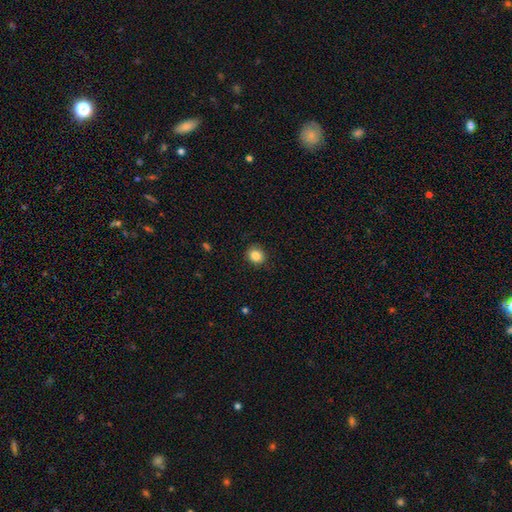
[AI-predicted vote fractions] Smooth or featured? smooth (85%)
How rounded? round (77%)
Merging? none (88%)